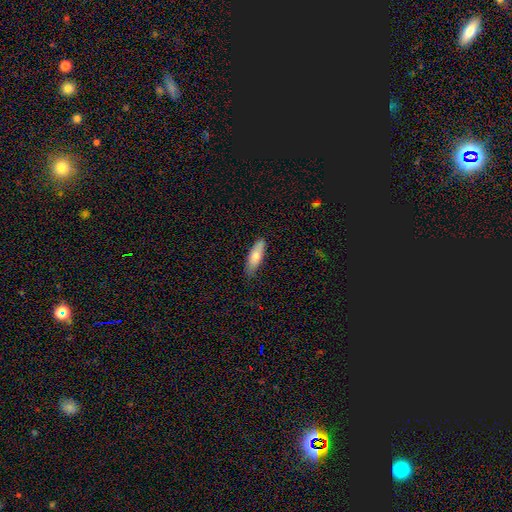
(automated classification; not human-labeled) smooth_or_featured: smooth (p=0.75) [alt: featured or disk p=0.19]
how_rounded: in between (p=0.50) [alt: cigar-shaped p=0.48]
merging: none (p=0.77) [alt: minor disturbance p=0.19]